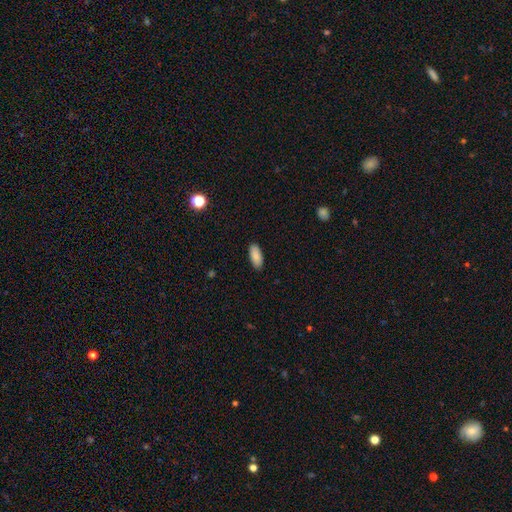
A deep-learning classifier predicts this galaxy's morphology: The model was most divided on "how rounded": in between: 84%, cigar-shaped: 14%, round: 2%. More confident: merging — none (89%); smooth or featured — smooth (88%).